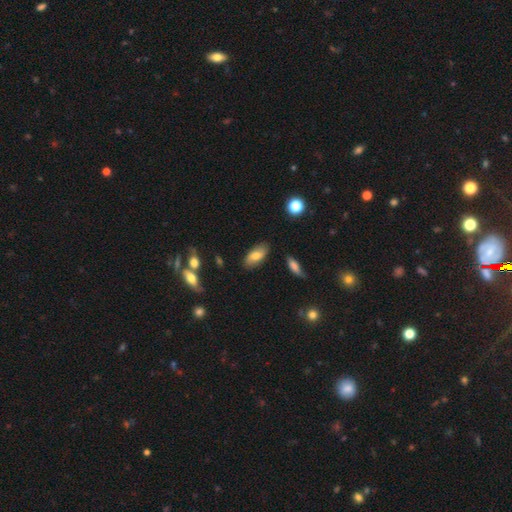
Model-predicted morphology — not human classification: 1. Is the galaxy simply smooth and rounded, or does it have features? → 70% smooth, 22% featured or disk, 8% star or artifact.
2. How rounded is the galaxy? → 88% in between, 9% cigar-shaped, 3% round.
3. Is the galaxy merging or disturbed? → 82% none, 13% minor disturbance, 3% major disturbance, 3% merger.